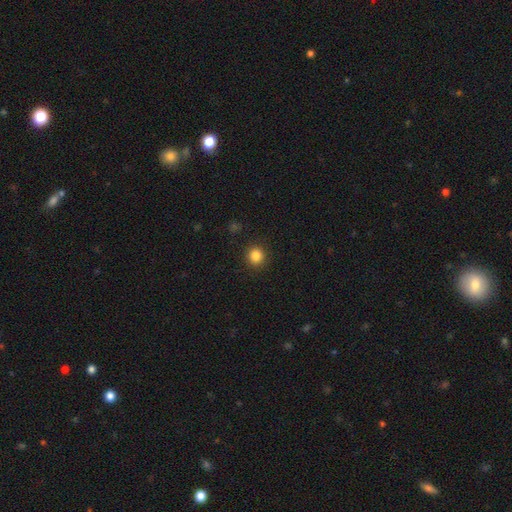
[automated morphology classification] This appears to be a smooth galaxy with no disk features (84%) that is round (93%). Merging: none (92%).